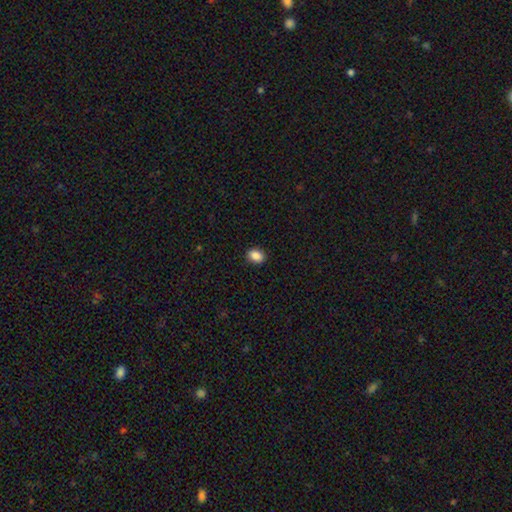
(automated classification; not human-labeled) Smooth or featured? smooth (88%)
How rounded? in between (72%)
Merging? none (90%)